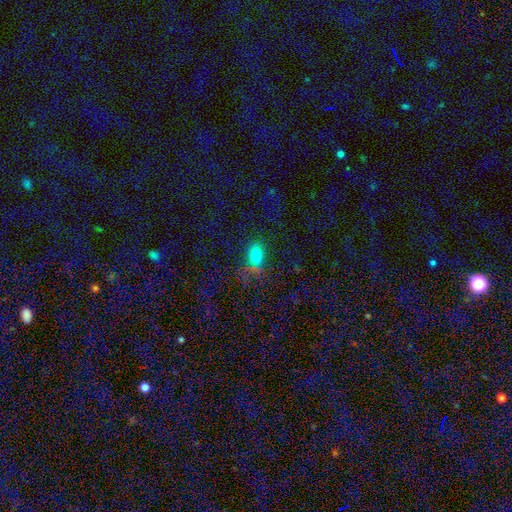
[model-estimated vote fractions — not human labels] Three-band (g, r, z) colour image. It shows a smooth galaxy with no disk features (76%) that is in between round and cigar-shaped (82%). Merging: none (71%).